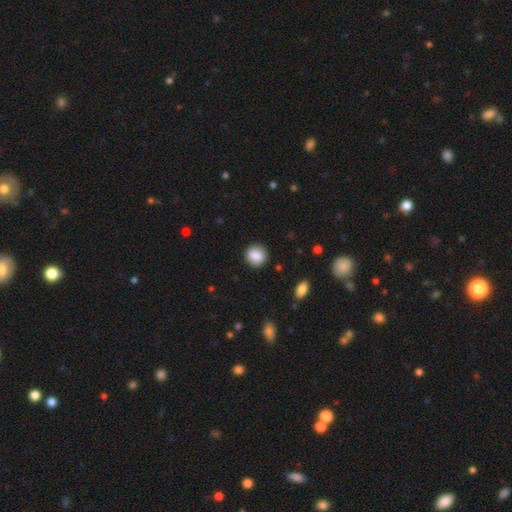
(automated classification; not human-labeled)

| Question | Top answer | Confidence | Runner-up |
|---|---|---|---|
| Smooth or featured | smooth | 87% | star or artifact (8%) |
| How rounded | round | 82% | in between (17%) |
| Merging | none | 88% | minor disturbance (8%) |